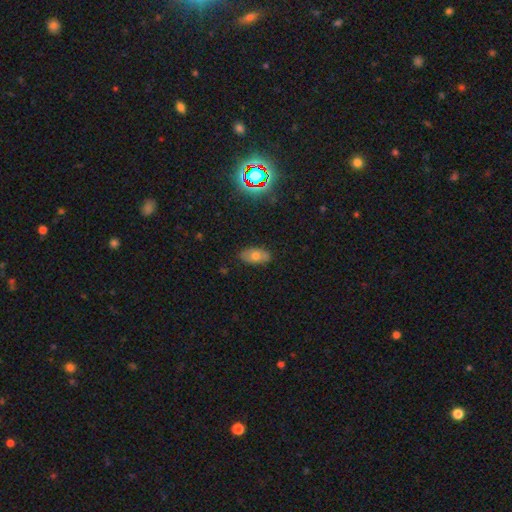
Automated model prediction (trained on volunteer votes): smooth_or_featured: smooth (p=0.63) [alt: featured or disk p=0.24]
how_rounded: in between (p=0.91) [alt: round p=0.05]
merging: none (p=0.83) [alt: minor disturbance p=0.13]